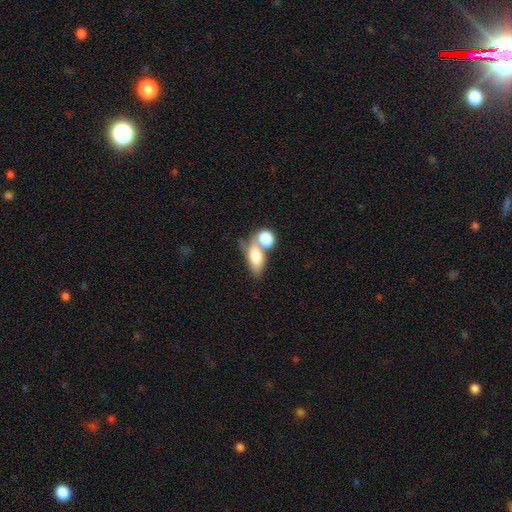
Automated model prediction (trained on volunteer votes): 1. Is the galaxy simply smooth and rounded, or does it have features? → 71% smooth, 20% featured or disk, 9% star or artifact.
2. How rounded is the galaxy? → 75% in between, 13% round, 12% cigar-shaped.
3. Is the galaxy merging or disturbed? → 45% merger, 35% none, 12% minor disturbance, 8% major disturbance.